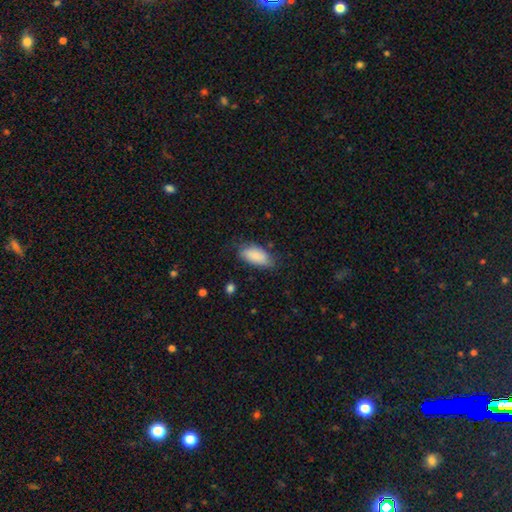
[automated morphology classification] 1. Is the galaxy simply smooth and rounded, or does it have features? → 87% smooth, 7% featured or disk, 6% star or artifact.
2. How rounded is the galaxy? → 90% in between, 7% cigar-shaped, 2% round.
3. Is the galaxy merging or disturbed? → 71% none, 22% minor disturbance, 5% major disturbance, 2% merger.